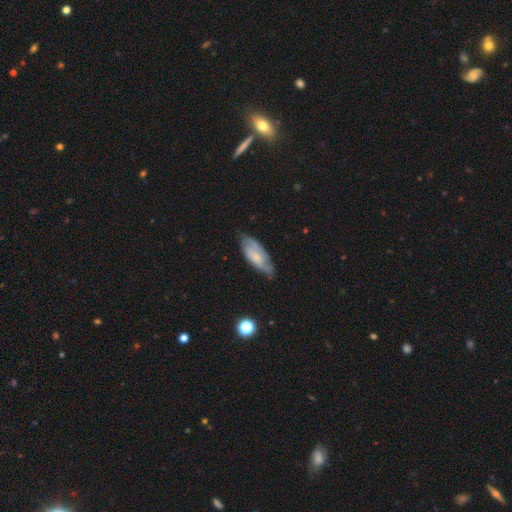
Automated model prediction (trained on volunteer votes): Overall: featured or disk (52%; smooth 41%). Edge-on disk: no (83%). Merging: none (64%; minor disturbance 26%).